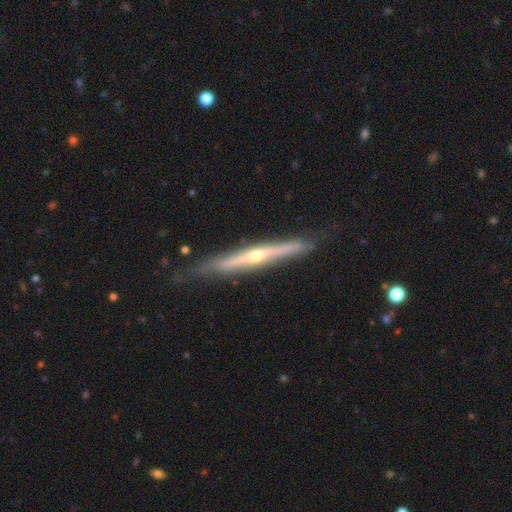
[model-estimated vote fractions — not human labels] Smooth or featured: featured or disk — 76% (smooth — 18%)
Edge-on disk: yes — 95% (no — 5%)
Edge-on bulge: rounded — 81% (none — 16%)
Merging: none — 81% (minor disturbance — 15%)